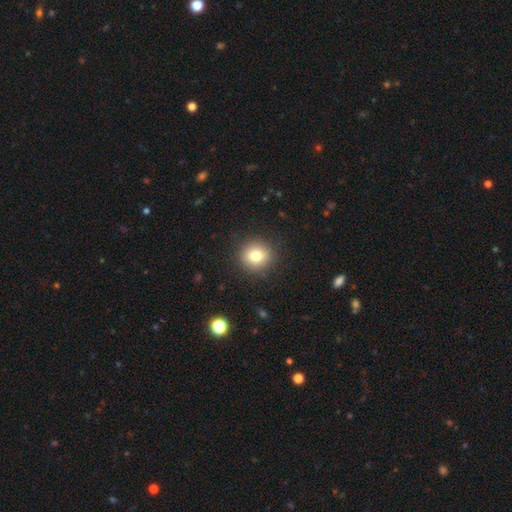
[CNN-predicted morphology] Overall: smooth (80%). How rounded: round (89%). Merging: none (90%).